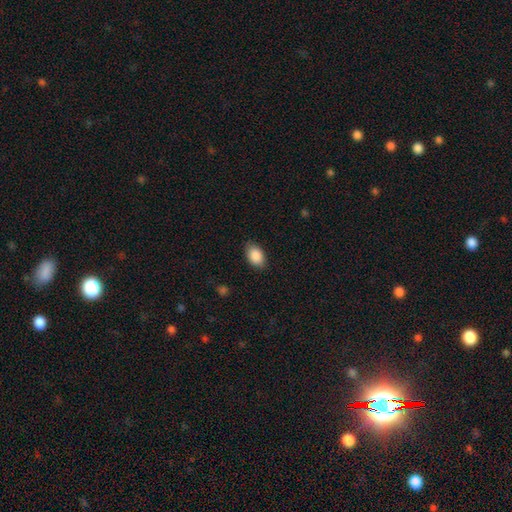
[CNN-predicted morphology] Smooth or featured? Predicted: smooth (p=0.88). How rounded? Predicted: in between (p=0.87). Merging? Predicted: none (p=0.84).